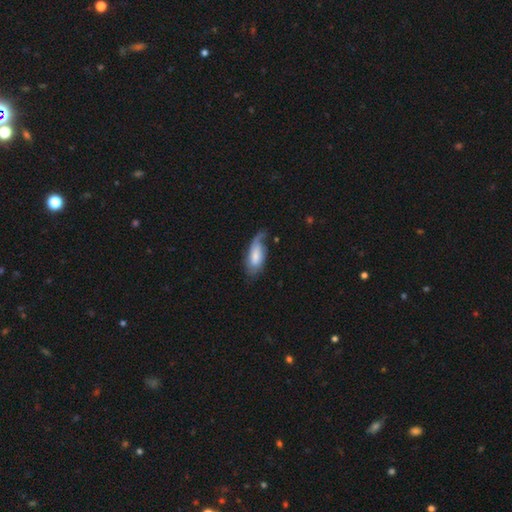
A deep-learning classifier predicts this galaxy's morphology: smooth_or_featured: smooth (p=0.51) [alt: featured or disk p=0.42]
how_rounded: in between (p=0.83) [alt: cigar-shaped p=0.15]
merging: none (p=0.42) [alt: minor disturbance p=0.30]